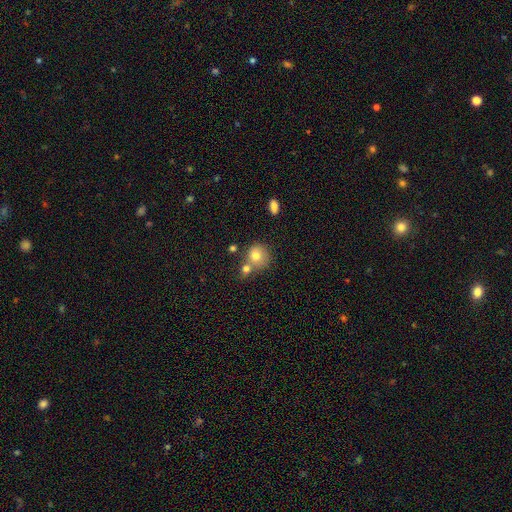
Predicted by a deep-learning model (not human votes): This is likely a smooth galaxy (76%). How rounded: clearly round (84%). Merging: possibly none (49%).